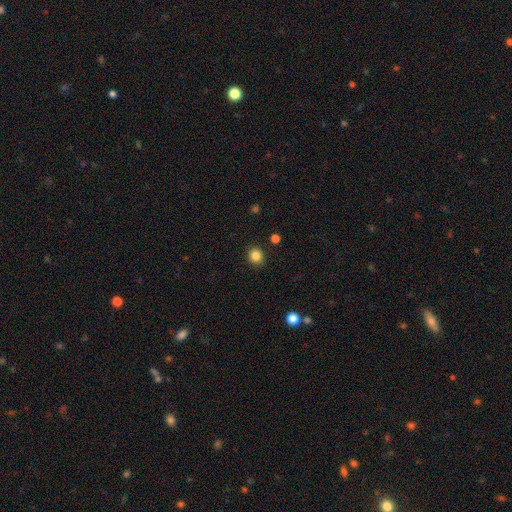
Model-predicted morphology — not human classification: smooth 84%, star or artifact 11%, featured or disk 4%. Down the decision tree: how rounded — round (87%); merging — none (91%).